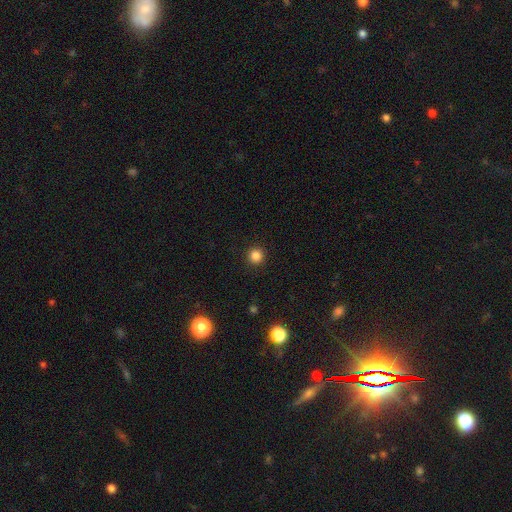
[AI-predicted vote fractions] Smooth or featured? Predicted: smooth (p=0.84). How rounded? Predicted: round (p=0.95). Merging? Predicted: none (p=0.93).